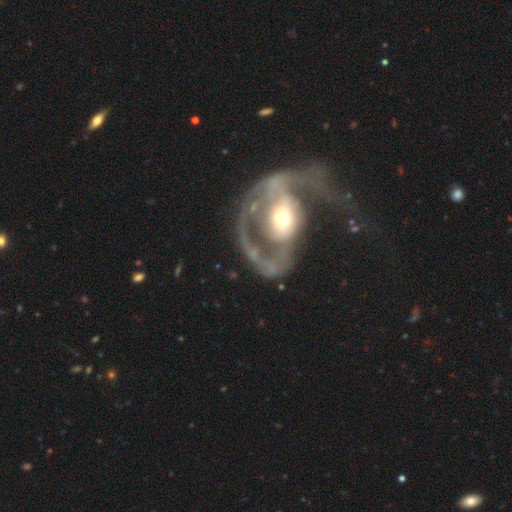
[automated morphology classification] Smooth or featured?
  - featured or disk: 79% *
  - smooth: 15%
  - star or artifact: 7%
Edge-on disk?
  - no: 96% *
  - yes: 4%
Bar?
  - no: 63% *
  - weak: 23%
  - strong: 14%
Spiral arms?
  - yes: 67% *
  - no: 33%
Spiral winding?
  - medium: 39% *
  - loose: 35%
  - tight: 26%
Spiral arm count?
  - 2: 41% *
  - 1: 32%
  - can't tell: 18%
  - 3: 4%
  - 4: 2%
  - more than 4: 2%
Bulge size?
  - moderate: 59% *
  - small: 30%
  - large: 9%
  - dominant: 2%
  - none: 1%
Merging?
  - major disturbance: 60% *
  - none: 19%
  - minor disturbance: 14%
  - merger: 8%